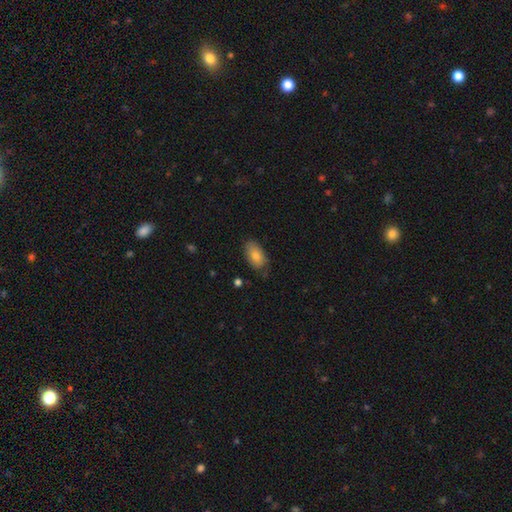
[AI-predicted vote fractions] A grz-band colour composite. It shows a smooth galaxy with no disk features (75%) that is in between round and cigar-shaped (92%). Merging: none (71%).